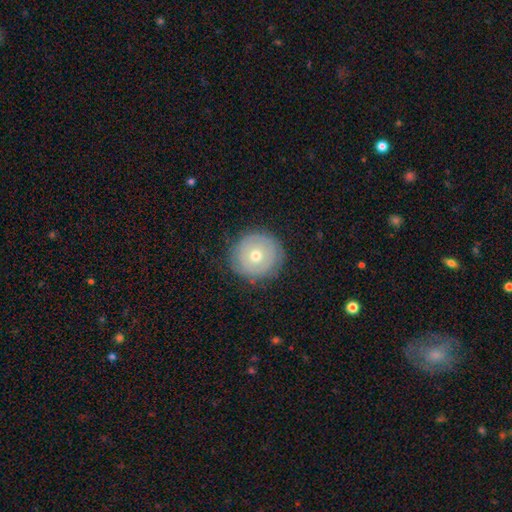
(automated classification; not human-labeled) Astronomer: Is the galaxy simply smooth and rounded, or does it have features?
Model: featured or disk — 46%, tied with smooth at 46%.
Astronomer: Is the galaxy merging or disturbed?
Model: none — 83%.